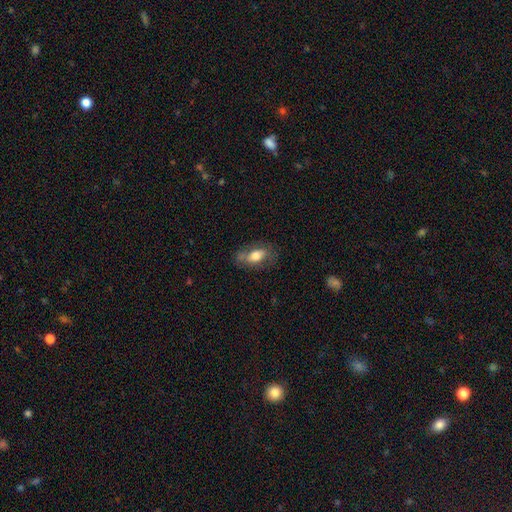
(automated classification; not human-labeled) Smooth or featured? Predicted: smooth (p=0.66). How rounded? Predicted: in between (p=0.86). Merging? Predicted: none (p=0.63).